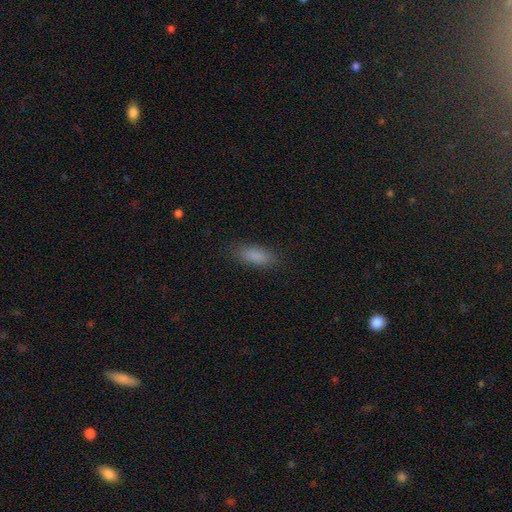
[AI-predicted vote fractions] This is clearly a smooth galaxy (86%). How rounded: likely in between (71%). Merging: clearly none (85%).